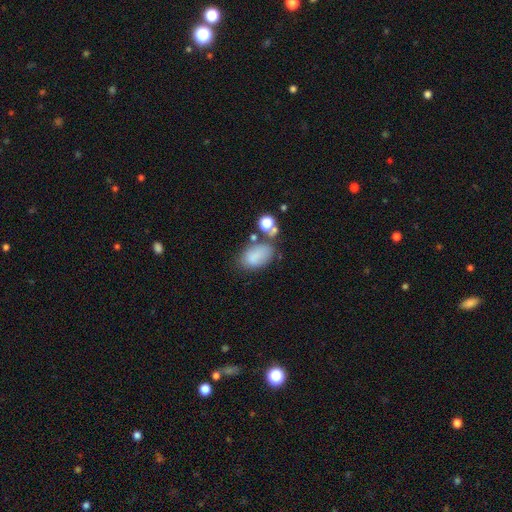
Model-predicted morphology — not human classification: Q: Smooth or featured?
A: smooth (77%); runner-up: star or artifact (12%)
Q: How rounded?
A: in between (87%); runner-up: round (12%)
Q: Merging?
A: none (51%); runner-up: minor disturbance (23%)